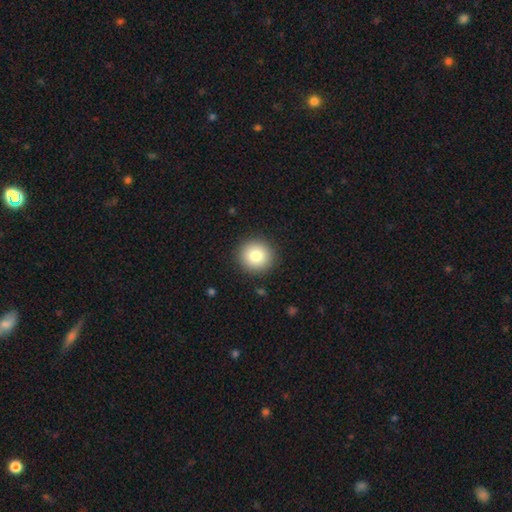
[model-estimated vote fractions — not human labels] A smooth galaxy with no disk features (81%) that is round (94%).

Vote fractions:
- Smooth or featured? smooth: 81% / featured or disk: 10% / star or artifact: 10%
- How rounded? round: 94% / in between: 5% / cigar-shaped: 1%
- Merging? none: 91% / minor disturbance: 6% / major disturbance: 2% / merger: 1%